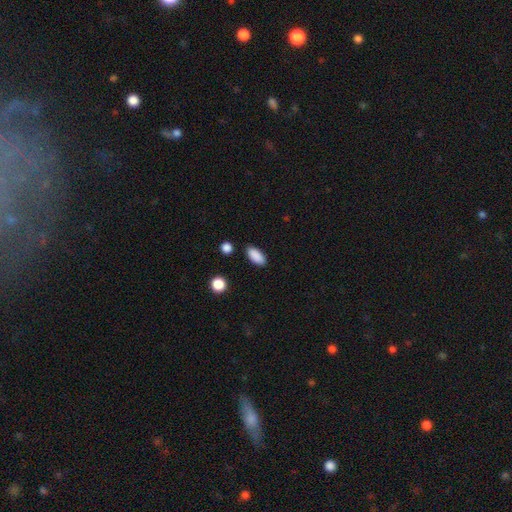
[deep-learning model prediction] This appears to be a smooth galaxy with no disk features (89%) that is in between round and cigar-shaped (87%). Merging: none (87%).